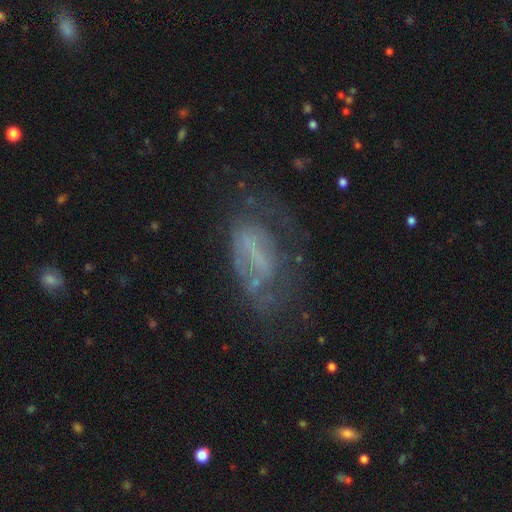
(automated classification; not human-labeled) featured or disk 56%, smooth 30%, star or artifact 14%. Down the decision tree: edge-on disk — no (92%); bar — no (49%); spiral arms — no (63%); bulge size — none (62%); merging — none (39%).